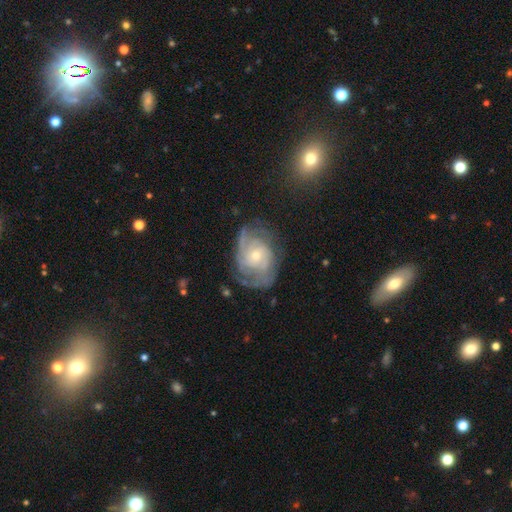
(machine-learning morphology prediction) A featured or disk galaxy (84%) with no bar (68%), tight (55%) spiral arms (94%) and a small central bulge (58%).

Vote fractions:
- Smooth or featured? featured or disk: 84% / smooth: 10% / star or artifact: 6%
- Edge-on disk? no: 97% / yes: 3%
- Bar? no: 68% / weak: 28% / strong: 5%
- Spiral arms? yes: 94% / no: 6%
- Spiral winding? tight: 55% / medium: 35% / loose: 10%
- Spiral arm count? can't tell: 31% / 2: 27% / 3: 21% / 4: 10% / 1: 6% / more than 4: 6%
- Bulge size? small: 58% / moderate: 38% / large: 2% / none: 1% / dominant: 1%
- Merging? none: 66% / minor disturbance: 21% / major disturbance: 11% / merger: 2%